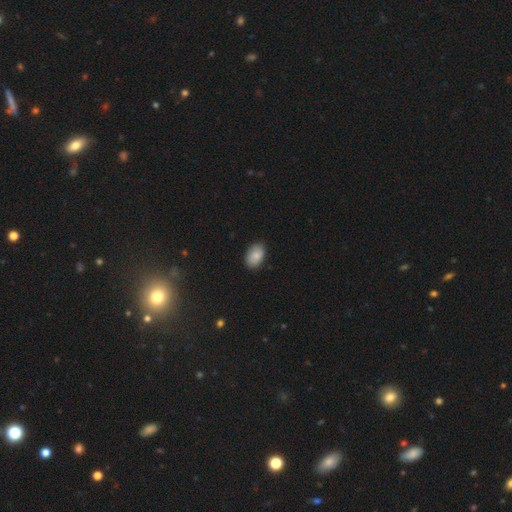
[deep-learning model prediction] Morphology: type=smooth (86%); roundness=in between (91%); merging=none (87%).